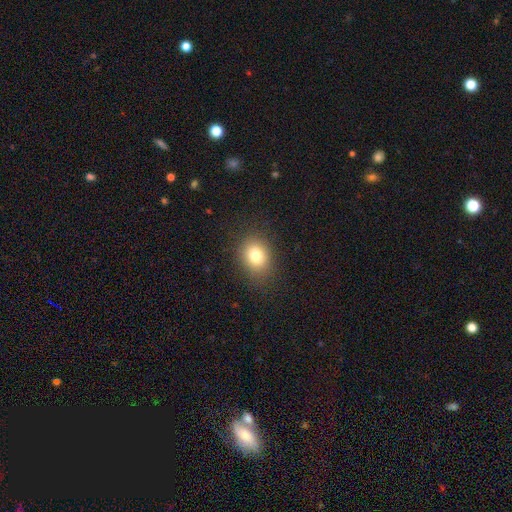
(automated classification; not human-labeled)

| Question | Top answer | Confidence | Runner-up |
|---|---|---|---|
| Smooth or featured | smooth | 79% | star or artifact (12%) |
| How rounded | round | 51% | in between (48%) |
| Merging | none | 86% | minor disturbance (9%) |